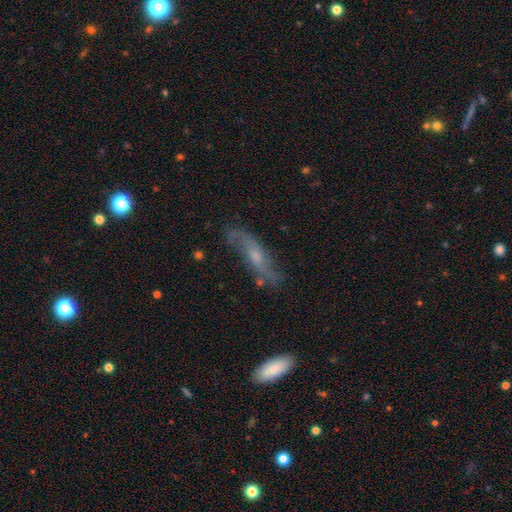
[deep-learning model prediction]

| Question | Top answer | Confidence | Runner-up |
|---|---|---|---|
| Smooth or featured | featured or disk | 71% | smooth (21%) |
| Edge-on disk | no | 76% | yes (24%) |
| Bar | no | 55% | weak (36%) |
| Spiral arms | yes | 88% | no (12%) |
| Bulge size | small | 48% | moderate (38%) |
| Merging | none | 67% | minor disturbance (20%) |